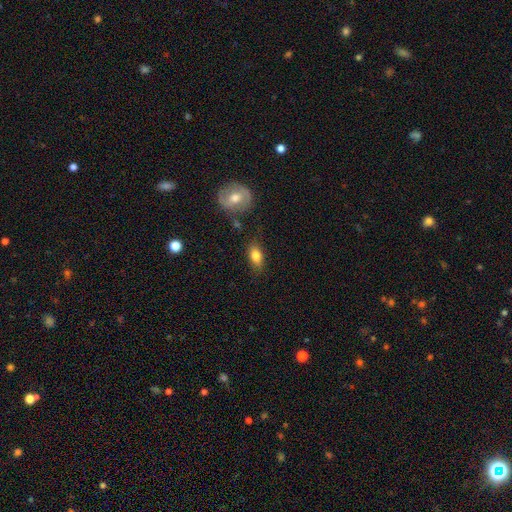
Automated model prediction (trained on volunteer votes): This appears to be a smooth galaxy with no disk features (80%) that is in between round and cigar-shaped (86%). Merging: none (73%).